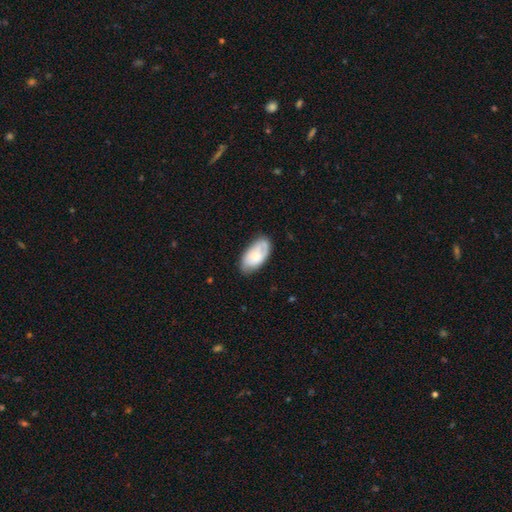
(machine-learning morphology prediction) This appears to be a smooth galaxy with no disk features (65%) that is in between round and cigar-shaped (95%). Merging: none (66%).